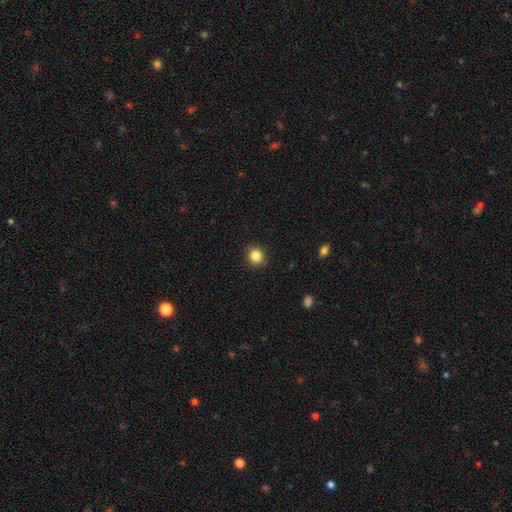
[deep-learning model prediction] smooth_or_featured: smooth (p=0.86) [alt: star or artifact p=0.10]
how_rounded: round (p=0.84) [alt: in between p=0.15]
merging: none (p=0.89) [alt: minor disturbance p=0.08]